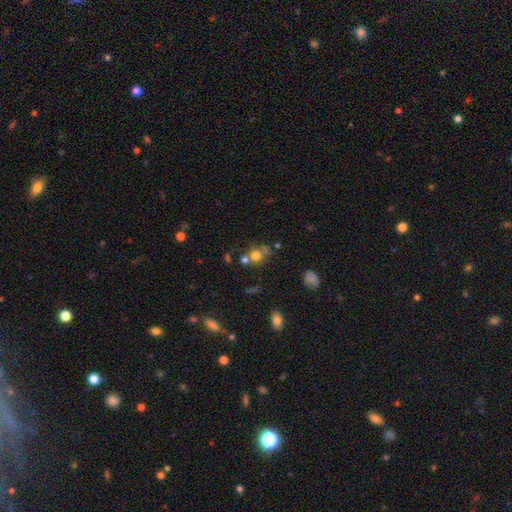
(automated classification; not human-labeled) Q: Smooth or featured?
A: smooth (68%); runner-up: star or artifact (17%)
Q: How rounded?
A: round (79%); runner-up: in between (20%)
Q: Merging?
A: none (48%); runner-up: merger (36%)